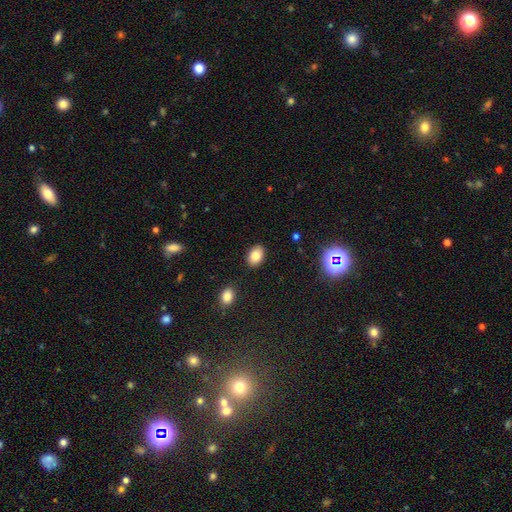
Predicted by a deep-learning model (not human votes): Smooth or featured?
  - smooth: 82% *
  - star or artifact: 10%
  - featured or disk: 9%
How rounded?
  - in between: 80% *
  - round: 19%
  - cigar-shaped: 1%
Merging?
  - none: 87% *
  - minor disturbance: 9%
  - merger: 2%
  - major disturbance: 2%